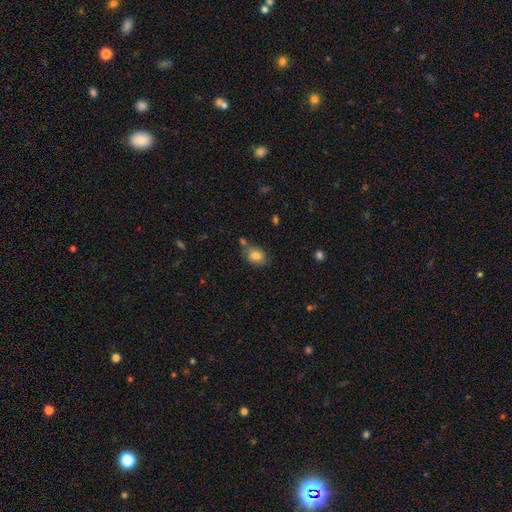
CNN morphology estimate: Q: Smooth or featured?
A: smooth (82%); runner-up: star or artifact (9%)
Q: How rounded?
A: in between (70%); runner-up: round (29%)
Q: Merging?
A: none (67%); runner-up: minor disturbance (18%)